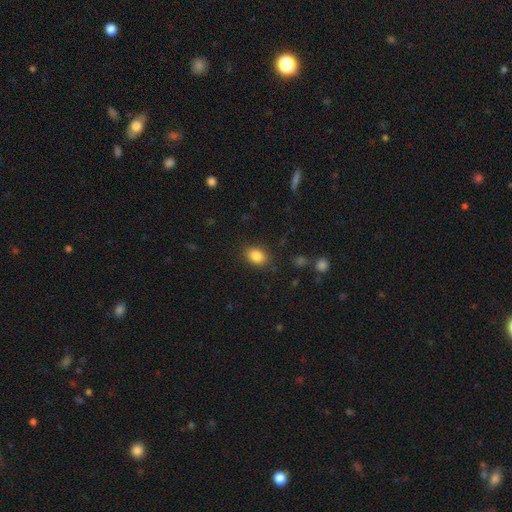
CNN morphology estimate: This appears to be a smooth galaxy with no disk features (85%) that is in between round and cigar-shaped (72%). Merging: none (85%).